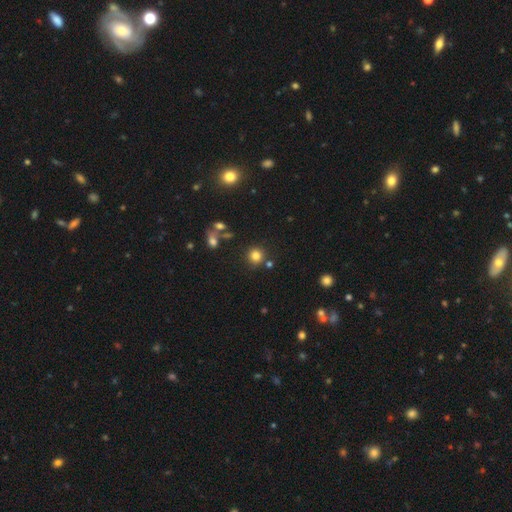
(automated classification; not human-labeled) A smooth galaxy with no disk features (80%) that is round (90%).

Vote fractions:
- Smooth or featured? smooth: 80% / star or artifact: 14% / featured or disk: 6%
- How rounded? round: 90% / in between: 9% / cigar-shaped: 1%
- Merging? none: 80% / merger: 8% / minor disturbance: 8% / major disturbance: 3%